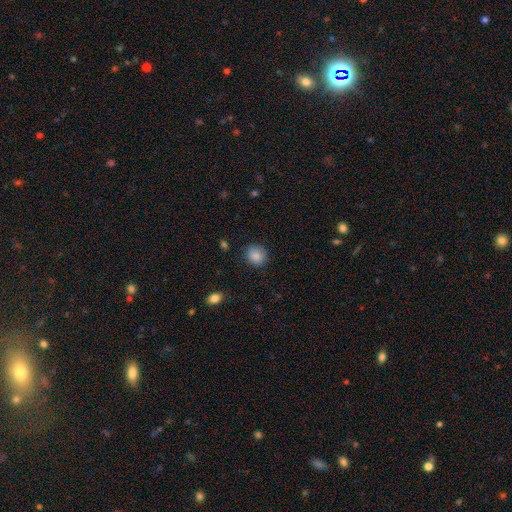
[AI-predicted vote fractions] Smooth or featured? smooth (87%)
How rounded? round (80%)
Merging? none (83%)